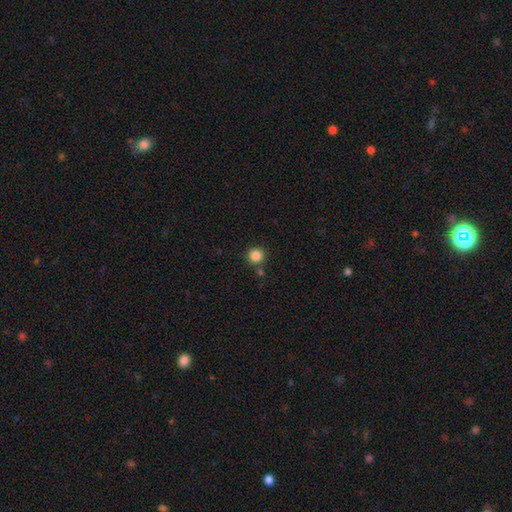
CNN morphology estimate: This appears to be a smooth galaxy with no disk features (85%) that is round (95%). Merging: none (83%).